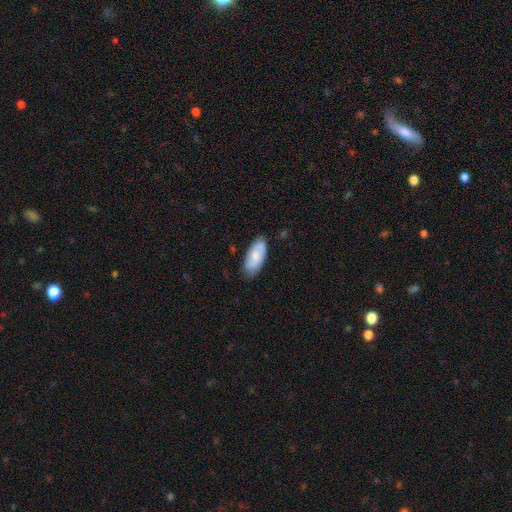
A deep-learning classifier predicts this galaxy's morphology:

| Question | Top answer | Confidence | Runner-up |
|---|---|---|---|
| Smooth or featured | smooth | 67% | featured or disk (27%) |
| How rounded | in between | 88% | cigar-shaped (10%) |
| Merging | none | 81% | minor disturbance (15%) |